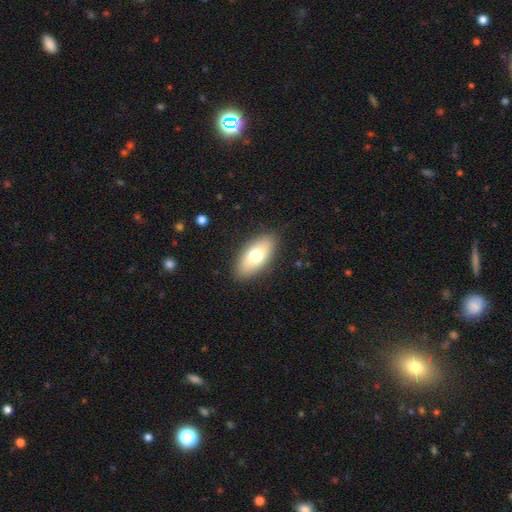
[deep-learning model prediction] Overall: smooth (71%). How rounded: in between (87%). Merging: none (86%).